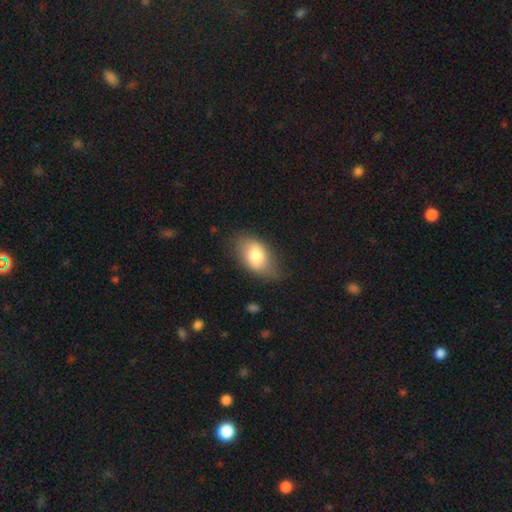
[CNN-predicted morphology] The model was most divided on "merging": none: 64%, minor disturbance: 26%, major disturbance: 8%, merger: 1%. More confident: how rounded — in between (91%); smooth or featured — smooth (75%).